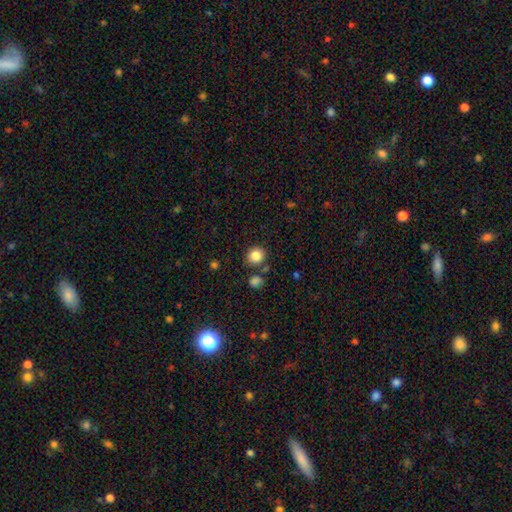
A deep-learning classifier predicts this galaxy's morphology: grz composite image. It shows a smooth galaxy with no disk features (84%) that is round (86%). Merging: none (83%).